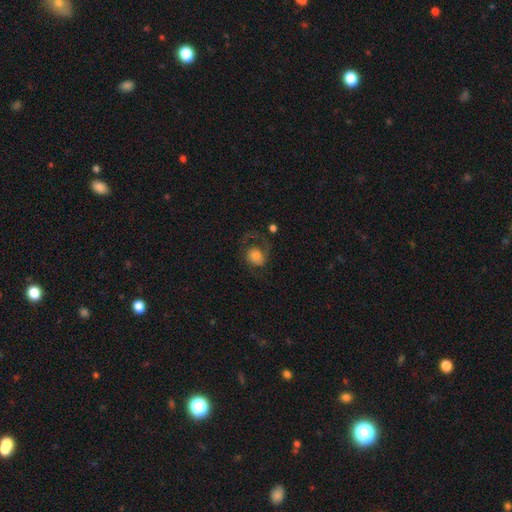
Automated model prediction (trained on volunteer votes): This appears to be a smooth galaxy with no disk features (49%). Merging: none (42%).